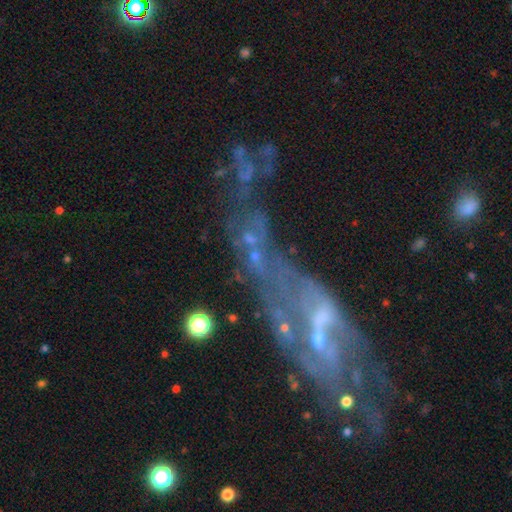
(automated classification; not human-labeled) Q: Smooth or featured?
A: featured or disk (48%); runner-up: star or artifact (30%)
Q: Merging?
A: none (38%); runner-up: major disturbance (25%)